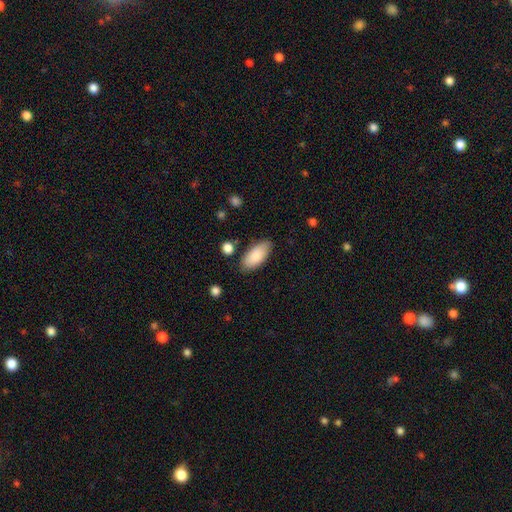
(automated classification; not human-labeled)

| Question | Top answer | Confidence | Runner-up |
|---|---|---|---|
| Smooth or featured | smooth | 85% | featured or disk (9%) |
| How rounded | in between | 90% | cigar-shaped (8%) |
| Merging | none | 82% | minor disturbance (13%) |